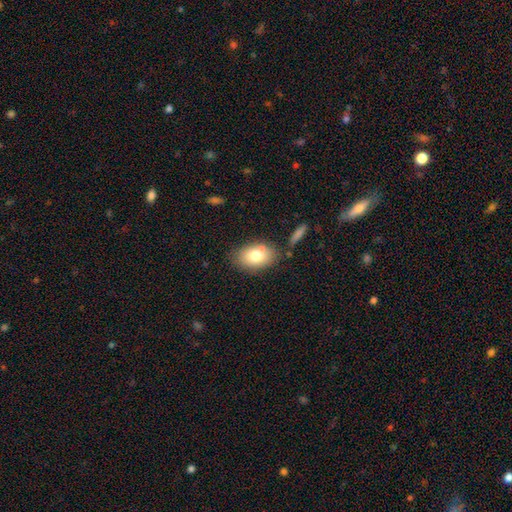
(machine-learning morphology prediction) Q: Smooth or featured?
A: smooth (76%); runner-up: featured or disk (16%)
Q: How rounded?
A: in between (85%); runner-up: round (14%)
Q: Merging?
A: none (72%); runner-up: minor disturbance (15%)